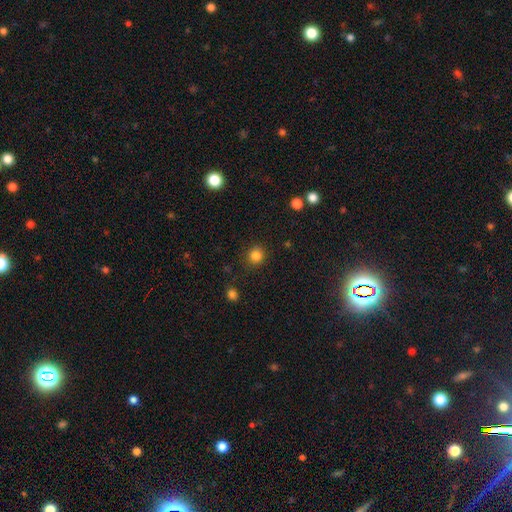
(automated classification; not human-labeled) Overall: smooth (84%). How rounded: round (86%). Merging: none (87%).